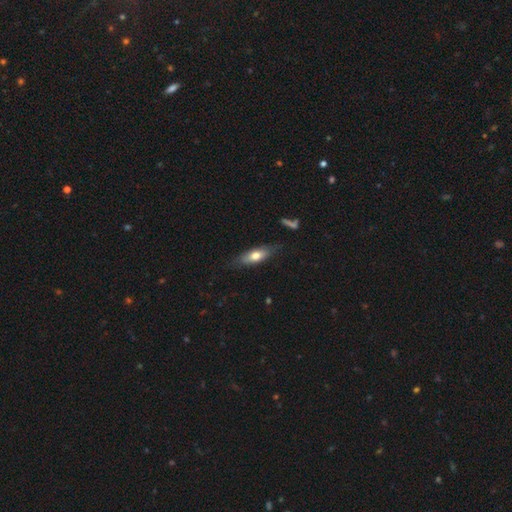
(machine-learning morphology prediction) Smooth or featured? smooth (65%)
How rounded? in between (64%)
Merging? none (73%)